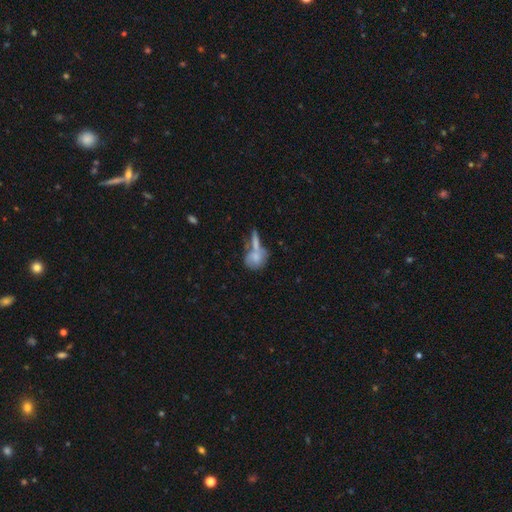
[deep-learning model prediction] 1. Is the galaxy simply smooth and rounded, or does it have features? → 69% smooth, 22% featured or disk, 9% star or artifact.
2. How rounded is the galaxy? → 57% round, 37% in between, 6% cigar-shaped.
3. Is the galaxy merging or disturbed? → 44% merger, 36% none, 13% minor disturbance, 7% major disturbance.